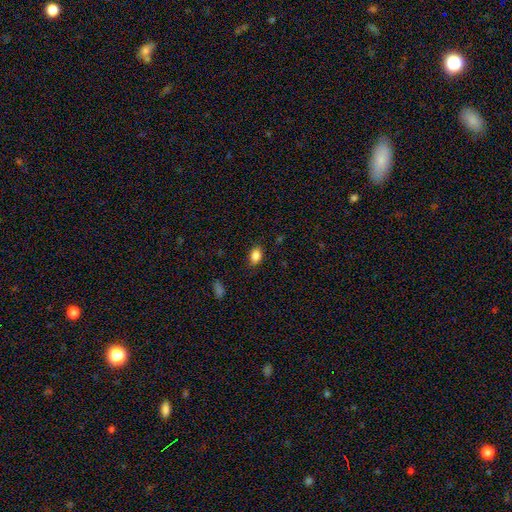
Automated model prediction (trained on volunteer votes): The model was most divided on "how rounded": in between: 81%, round: 18%, cigar-shaped: 1%. More confident: smooth or featured — smooth (86%); merging — none (83%).